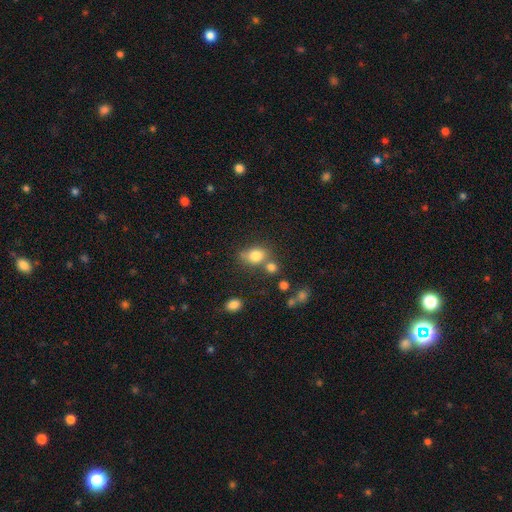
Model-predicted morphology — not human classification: Smooth or featured: smooth — 80% (star or artifact — 11%)
How rounded: in between — 60% (round — 38%)
Merging: none — 50% (merger — 23%)